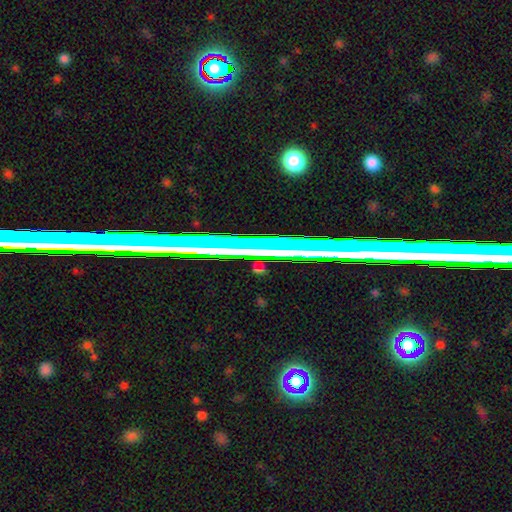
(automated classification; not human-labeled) star or artifact 51%, featured or disk 33%, smooth 16%.